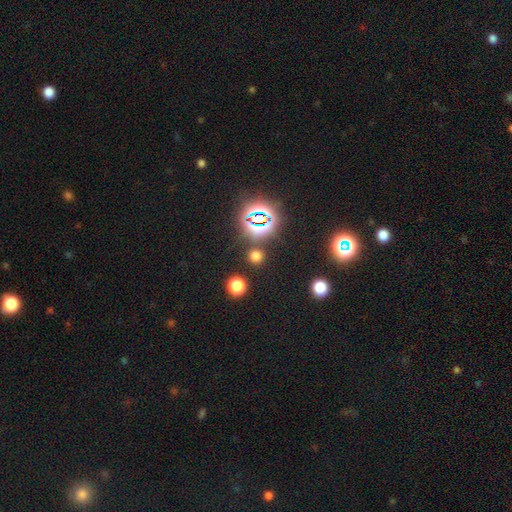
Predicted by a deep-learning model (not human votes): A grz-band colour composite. It shows a smooth galaxy with no disk features (59%) that is round (89%). Merging: none (84%).